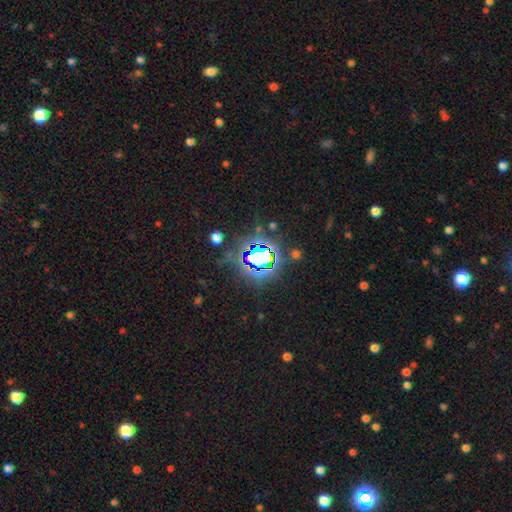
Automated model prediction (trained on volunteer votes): This appears to be a star or artifact, not a galaxy (75%).